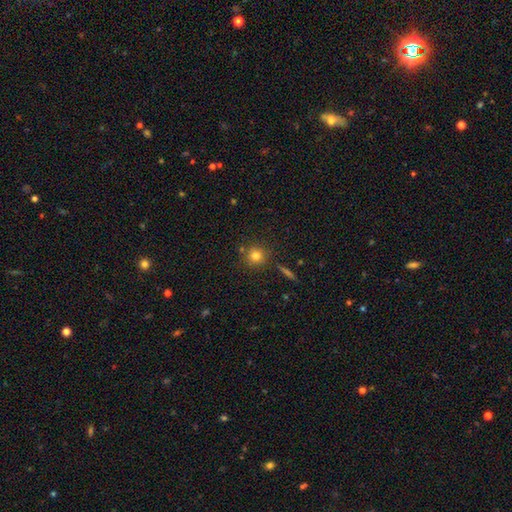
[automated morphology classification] A smooth galaxy with no disk features (79%) that is round (91%). Merging: none (81%).